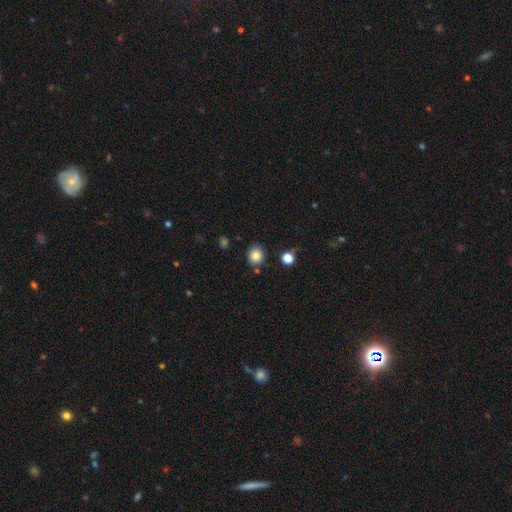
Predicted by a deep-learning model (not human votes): Overall: smooth (82%). How rounded: round (80%). Merging: none (83%).